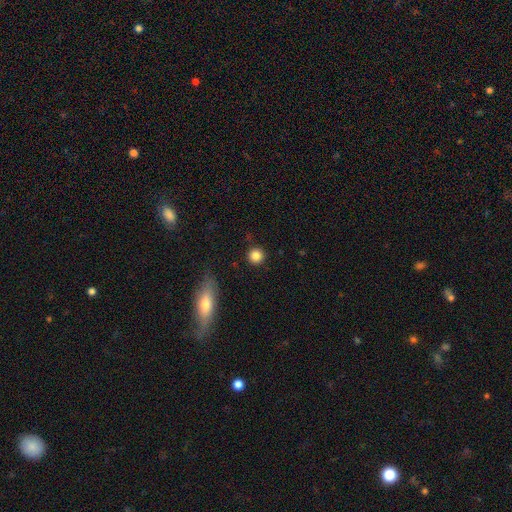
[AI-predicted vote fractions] Q: Smooth or featured?
A: smooth (85%); runner-up: star or artifact (10%)
Q: How rounded?
A: round (94%); runner-up: in between (5%)
Q: Merging?
A: none (89%); runner-up: minor disturbance (6%)